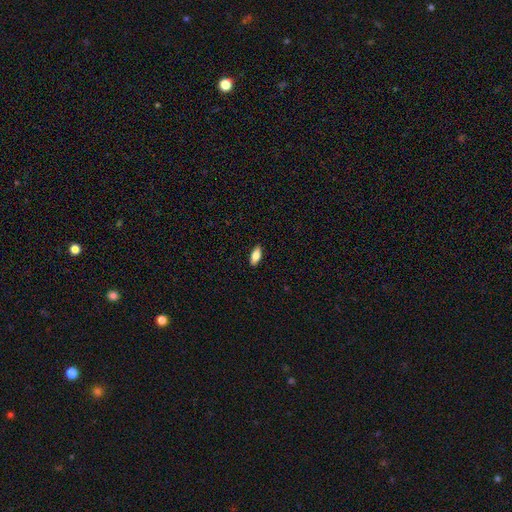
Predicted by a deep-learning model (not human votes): This is likely a smooth galaxy (80%). How rounded: clearly in between (84%). Merging: clearly none (90%).